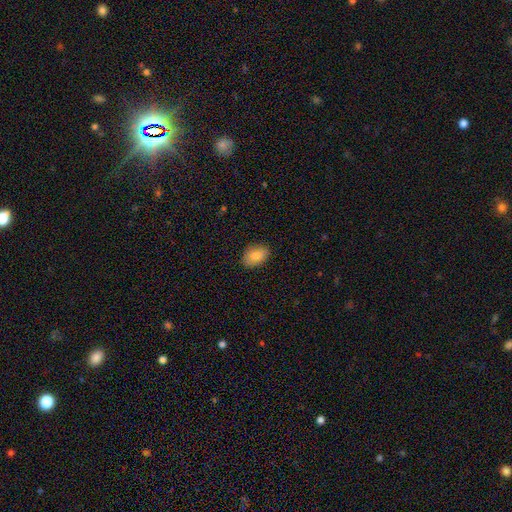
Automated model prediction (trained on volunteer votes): The model was most divided on "how rounded": in between: 84%, round: 14%, cigar-shaped: 1%. More confident: merging — none (86%); smooth or featured — smooth (82%).